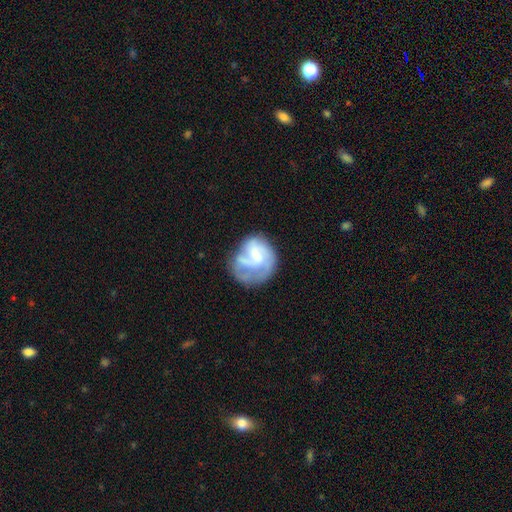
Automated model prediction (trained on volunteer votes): This is likely a featured or disk galaxy (62%). It is clearly not viewed edge-on (98%). Bar: marginally weak (44%). Spiral arm pattern: likely yes (74%). Central bulge: marginally small (34%). Merging: marginally none (44%).